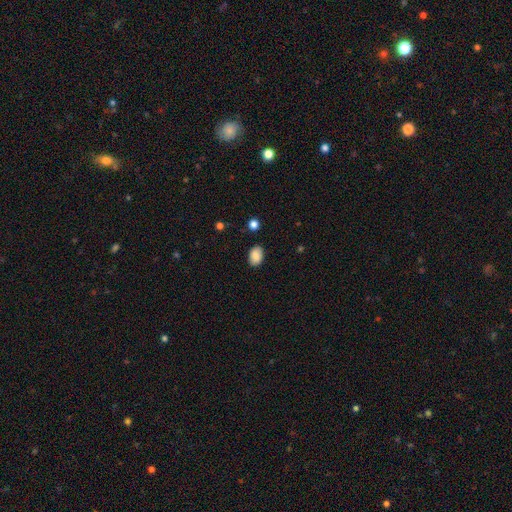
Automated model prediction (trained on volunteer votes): Smooth or featured? smooth (87%)
How rounded? in between (84%)
Merging? none (86%)